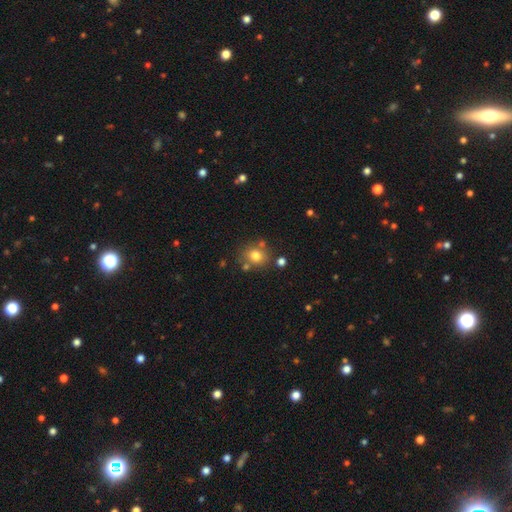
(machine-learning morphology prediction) A smooth galaxy with no disk features (77%) that is round (76%). Merging: none (74%).